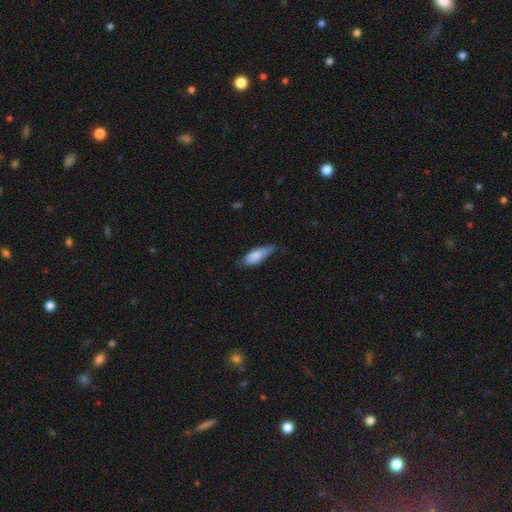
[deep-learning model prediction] smooth_or_featured: smooth (p=0.81) [alt: featured or disk p=0.13]
how_rounded: in between (p=0.74) [alt: cigar-shaped p=0.24]
merging: none (p=0.46) [alt: minor disturbance p=0.42]